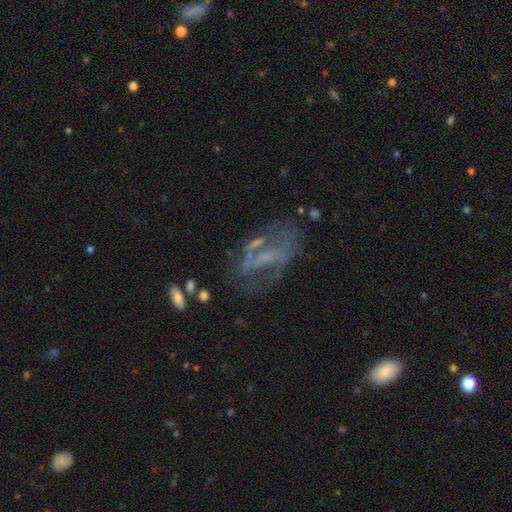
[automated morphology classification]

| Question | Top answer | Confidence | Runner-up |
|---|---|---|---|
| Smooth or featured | featured or disk | 63% | smooth (21%) |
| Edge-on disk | no | 90% | yes (10%) |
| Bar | no | 36% | weak (33%) |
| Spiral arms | no | 55% | yes (45%) |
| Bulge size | none | 54% | small (30%) |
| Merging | none | 49% | major disturbance (25%) |